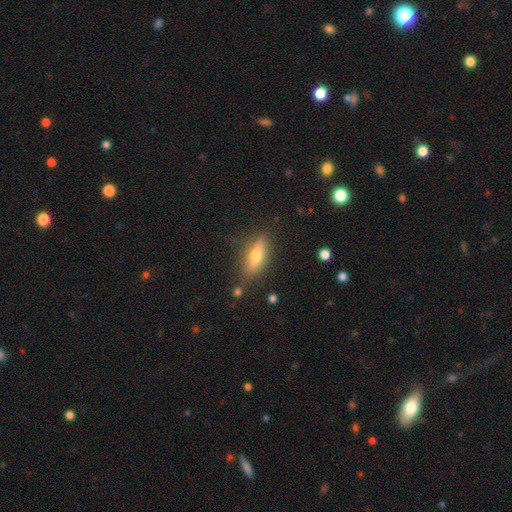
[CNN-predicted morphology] The model was most divided on "smooth or featured": featured or disk: 48%, smooth: 43%, star or artifact: 8%. More confident: merging — none (81%).